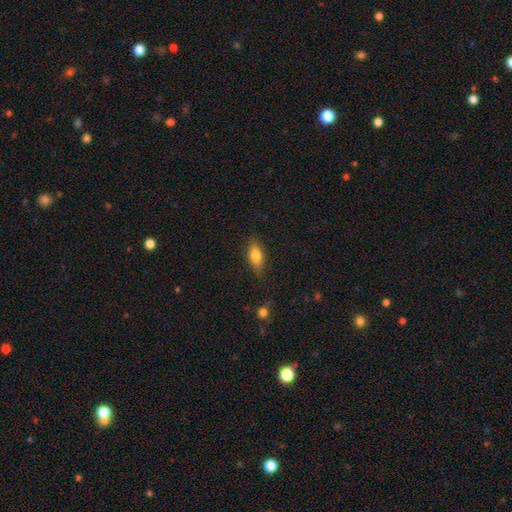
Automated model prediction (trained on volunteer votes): This appears to be a smooth galaxy with no disk features (74%) that is in between round and cigar-shaped (71%). Merging: none (83%).